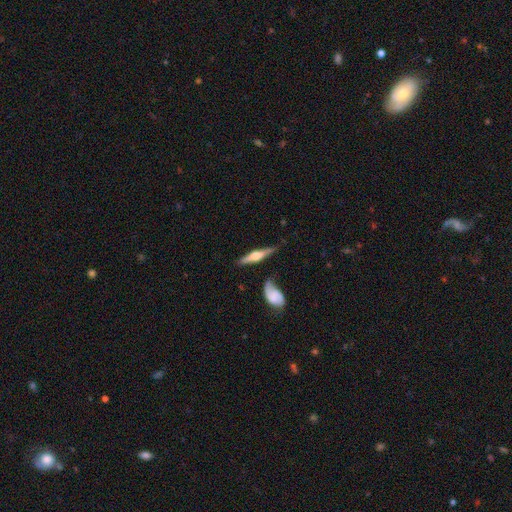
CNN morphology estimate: featured or disk 69%, smooth 26%, star or artifact 5%. Down the decision tree: edge-on disk — yes (95%); edge-on bulge — rounded (88%); merging — none (73%).